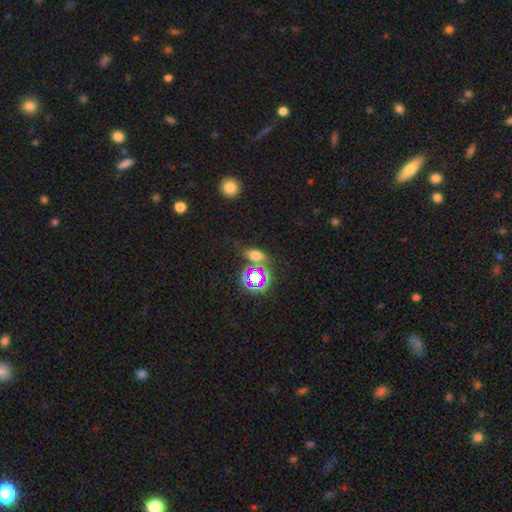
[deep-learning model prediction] Smooth or featured? smooth (54%)
How rounded? in between (71%)
Merging? none (66%)